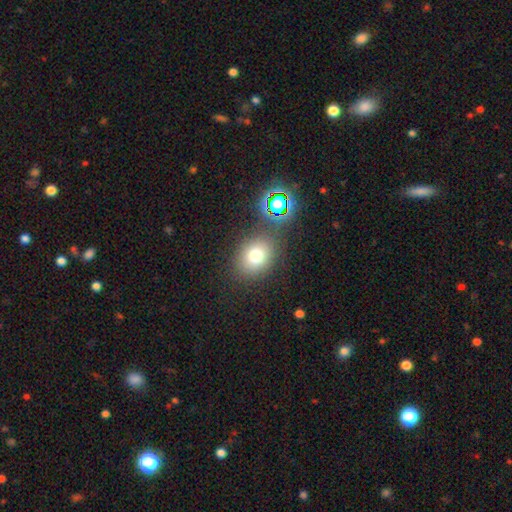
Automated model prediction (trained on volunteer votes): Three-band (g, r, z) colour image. It shows a smooth galaxy with no disk features (73%) that is round (56%). Merging: none (79%).